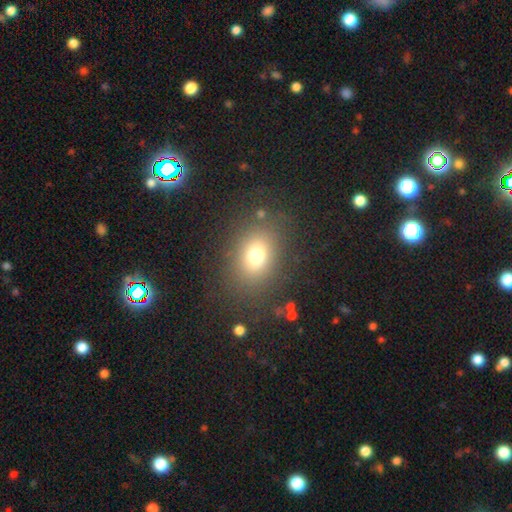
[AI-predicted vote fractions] Smooth or featured? Predicted: smooth (p=0.72). How rounded? Predicted: in between (p=0.52). Merging? Predicted: none (p=0.82).